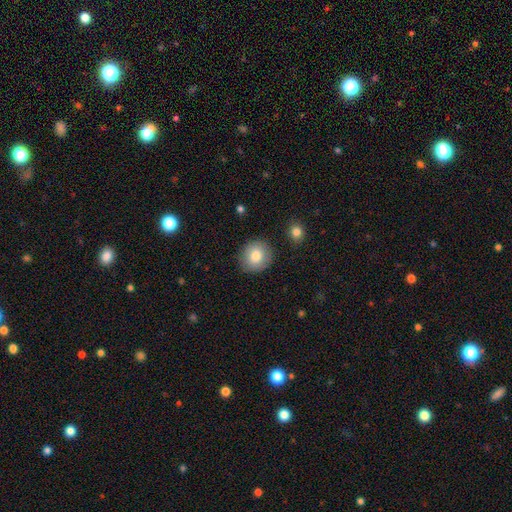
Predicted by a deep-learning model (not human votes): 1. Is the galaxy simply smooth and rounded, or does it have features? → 81% smooth, 11% featured or disk, 8% star or artifact.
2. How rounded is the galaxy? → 87% round, 12% in between, 1% cigar-shaped.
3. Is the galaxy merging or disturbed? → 87% none, 9% minor disturbance, 2% major disturbance, 2% merger.